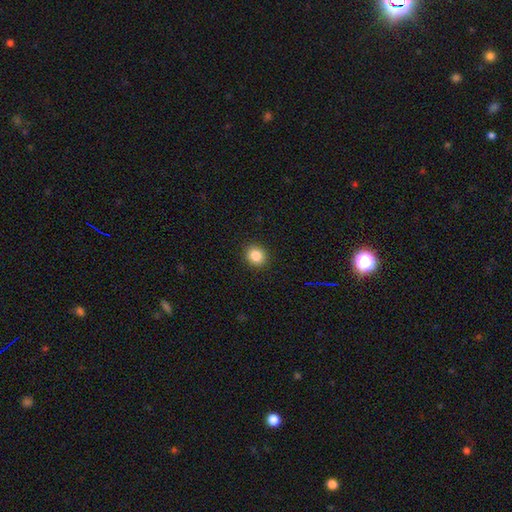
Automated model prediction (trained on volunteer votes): The model was most divided on "how rounded": round: 81%, in between: 18%, cigar-shaped: 1%. More confident: merging — none (91%); smooth or featured — smooth (86%).